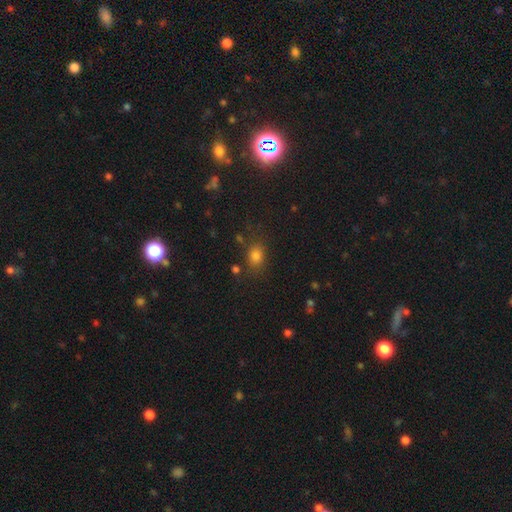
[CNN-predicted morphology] Smooth or featured?
  - smooth: 77% *
  - star or artifact: 16%
  - featured or disk: 7%
How rounded?
  - in between: 59% *
  - round: 39%
  - cigar-shaped: 2%
Merging?
  - none: 77% *
  - minor disturbance: 14%
  - major disturbance: 5%
  - merger: 4%